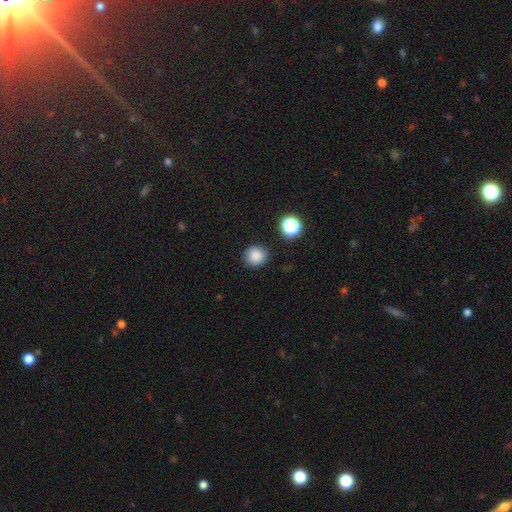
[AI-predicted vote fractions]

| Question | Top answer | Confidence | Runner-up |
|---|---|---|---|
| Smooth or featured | smooth | 84% | star or artifact (11%) |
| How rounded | round | 89% | in between (10%) |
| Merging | none | 84% | minor disturbance (11%) |